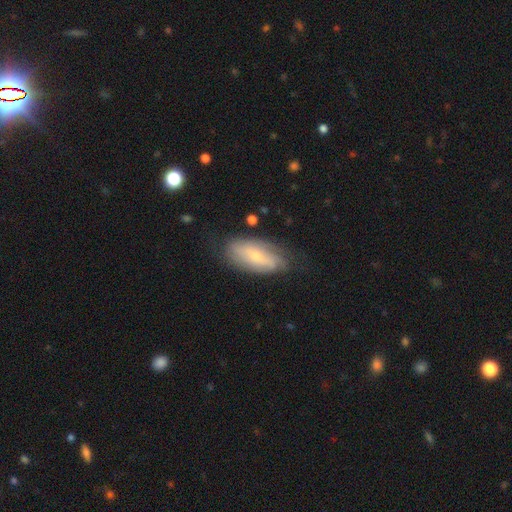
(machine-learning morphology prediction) type=featured or disk (53%); edge-on=no (85%); merging=none (68%).